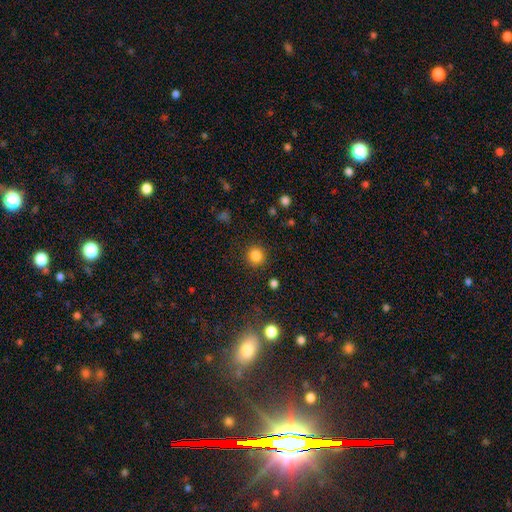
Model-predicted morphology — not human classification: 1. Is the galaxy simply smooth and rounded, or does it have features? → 84% smooth, 12% star or artifact, 4% featured or disk.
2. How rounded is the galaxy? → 92% round, 7% in between, 1% cigar-shaped.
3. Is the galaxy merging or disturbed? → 90% none, 6% minor disturbance, 3% major disturbance, 1% merger.